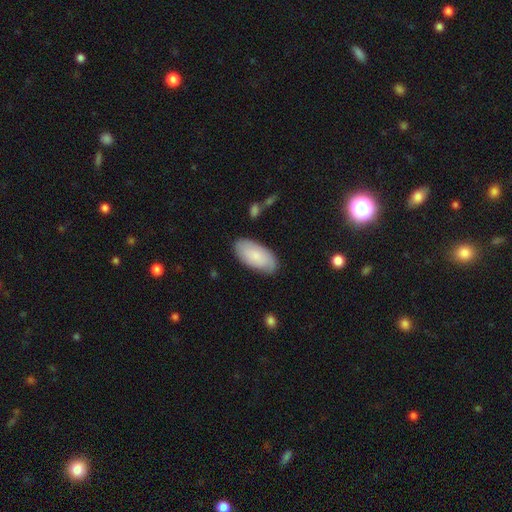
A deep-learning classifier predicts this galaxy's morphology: Smooth or featured? Predicted: smooth (p=0.79). How rounded? Predicted: in between (p=0.93). Merging? Predicted: none (p=0.81).